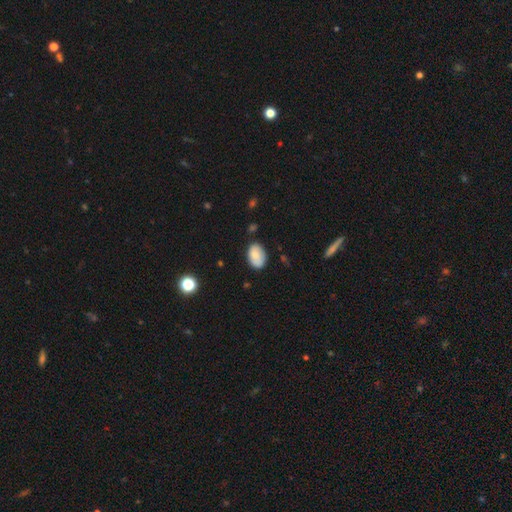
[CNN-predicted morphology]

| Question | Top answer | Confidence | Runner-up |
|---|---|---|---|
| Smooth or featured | smooth | 78% | featured or disk (14%) |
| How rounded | in between | 89% | round (10%) |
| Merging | none | 75% | minor disturbance (19%) |